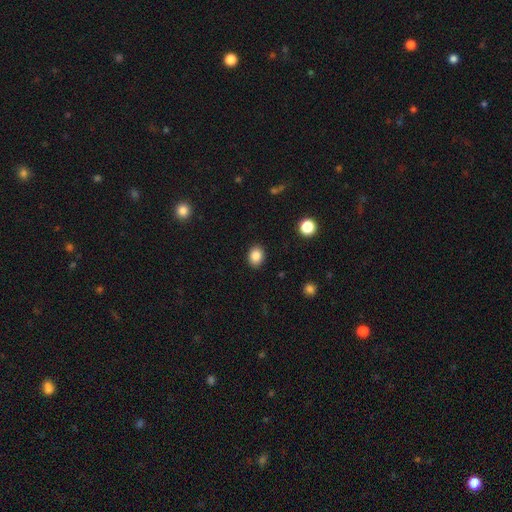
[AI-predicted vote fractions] The model was most divided on "how rounded": in between: 55%, round: 44%, cigar-shaped: 1%. More confident: merging — none (89%); smooth or featured — smooth (86%).